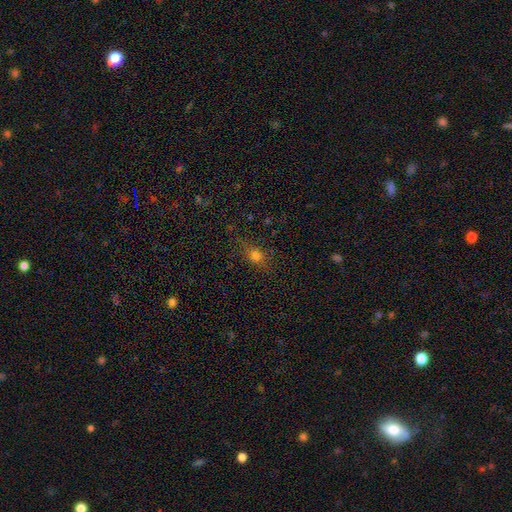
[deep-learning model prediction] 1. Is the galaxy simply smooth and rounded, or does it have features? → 63% smooth, 24% star or artifact, 13% featured or disk.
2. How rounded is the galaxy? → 54% round, 39% in between, 7% cigar-shaped.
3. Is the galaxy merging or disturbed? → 77% none, 15% minor disturbance, 6% major disturbance, 3% merger.